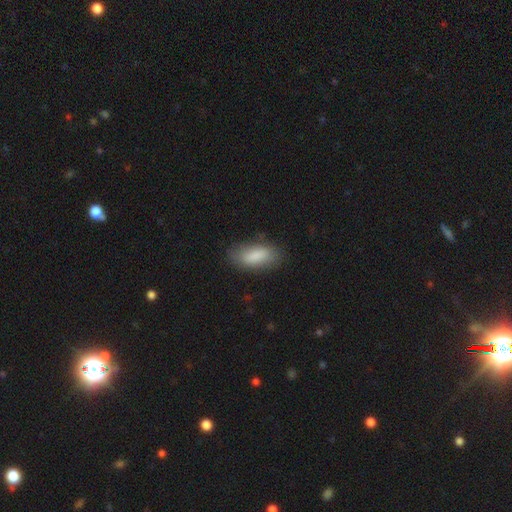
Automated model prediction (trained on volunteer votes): smooth_or_featured: smooth (p=0.85) [alt: featured or disk p=0.08]
how_rounded: in between (p=0.87) [alt: cigar-shaped p=0.10]
merging: none (p=0.77) [alt: minor disturbance p=0.17]